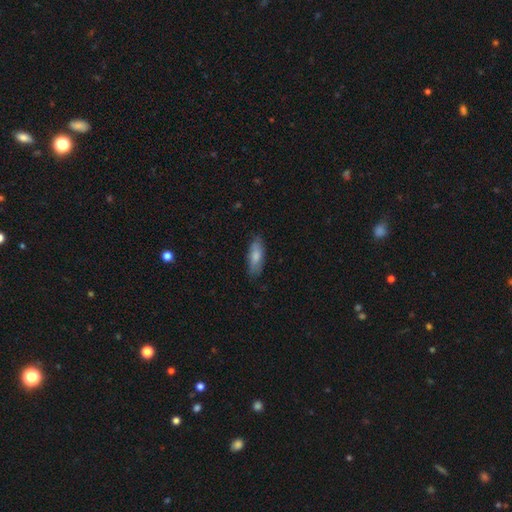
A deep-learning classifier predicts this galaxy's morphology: smooth-or-featured: smooth: 78% | featured or disk: 16% | star or artifact: 6%
  how-rounded: in between: 67% | cigar-shaped: 31% | round: 2%
  merging: none: 78% | minor disturbance: 17% | major disturbance: 3% | merger: 1%